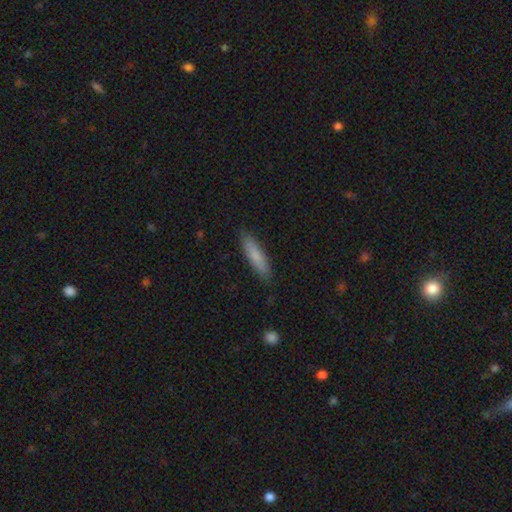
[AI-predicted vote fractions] smooth_or_featured: smooth (p=0.79) [alt: featured or disk p=0.15]
how_rounded: cigar-shaped (p=0.82) [alt: in between p=0.17]
merging: none (p=0.88) [alt: minor disturbance p=0.09]